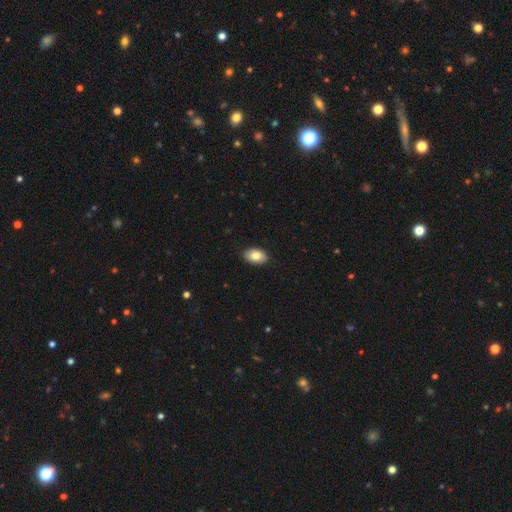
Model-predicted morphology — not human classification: Smooth or featured?
  - smooth: 80% *
  - featured or disk: 13%
  - star or artifact: 7%
How rounded?
  - in between: 89% *
  - round: 10%
  - cigar-shaped: 1%
Merging?
  - none: 89% *
  - minor disturbance: 8%
  - major disturbance: 2%
  - merger: 1%